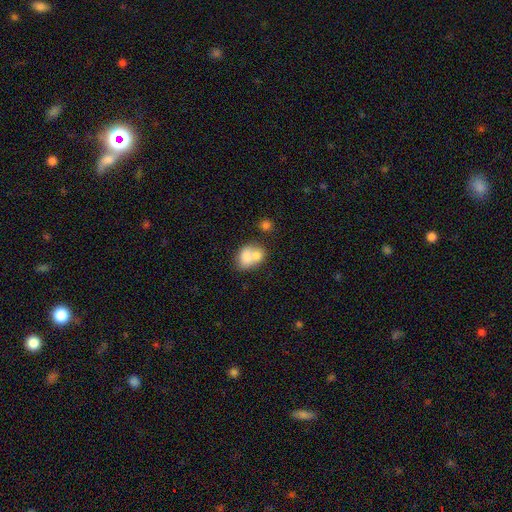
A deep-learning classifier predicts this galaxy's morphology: smooth 73%, featured or disk 19%, star or artifact 8%. Down the decision tree: how rounded — in between (59%); merging — merger (64%).